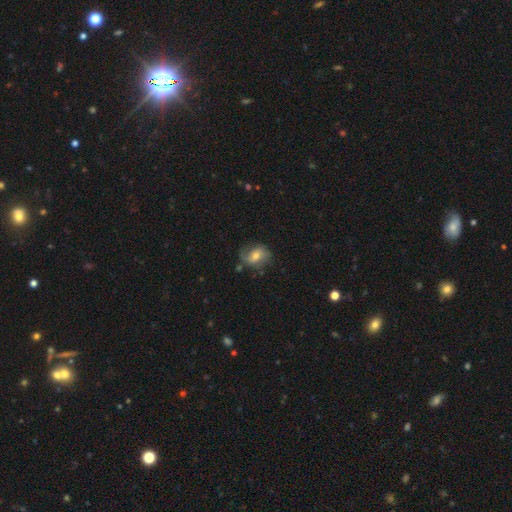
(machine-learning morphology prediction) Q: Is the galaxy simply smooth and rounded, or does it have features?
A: smooth — 48%.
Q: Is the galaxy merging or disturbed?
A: none — 58%.